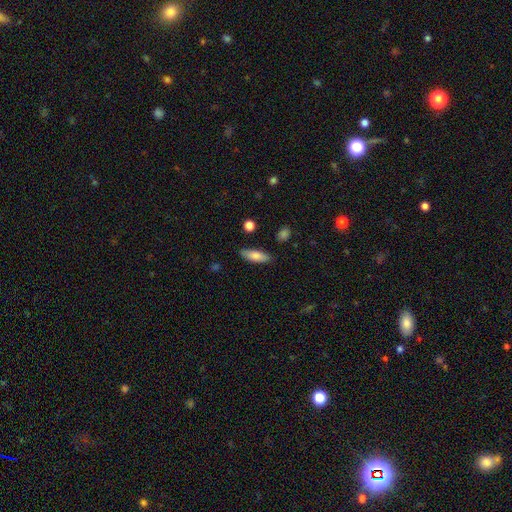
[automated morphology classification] A smooth galaxy with no disk features (78%) that is in between round and cigar-shaped (62%). Merging: none (85%).